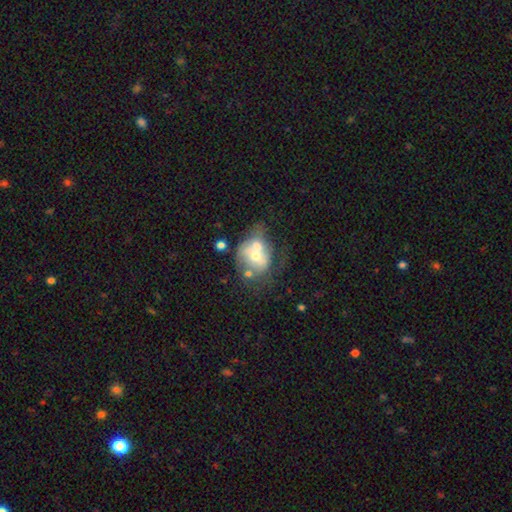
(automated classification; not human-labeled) Smooth or featured?
  - featured or disk: 47% *
  - smooth: 44%
  - star or artifact: 9%
Merging?
  - merger: 48% *
  - none: 20%
  - major disturbance: 18%
  - minor disturbance: 14%